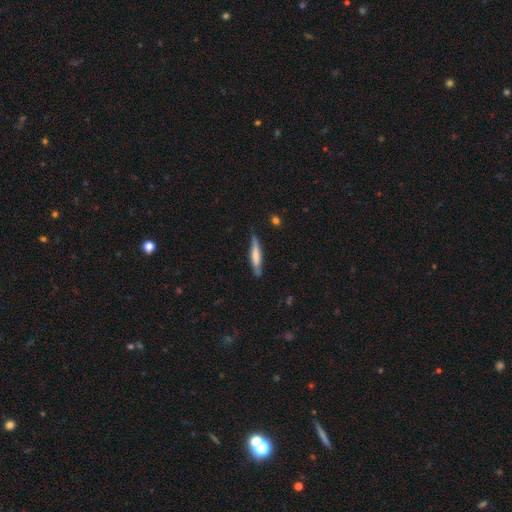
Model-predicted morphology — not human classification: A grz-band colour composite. It shows a smooth galaxy with no disk features (59%) that is cigar-shaped (89%). Merging: none (78%).